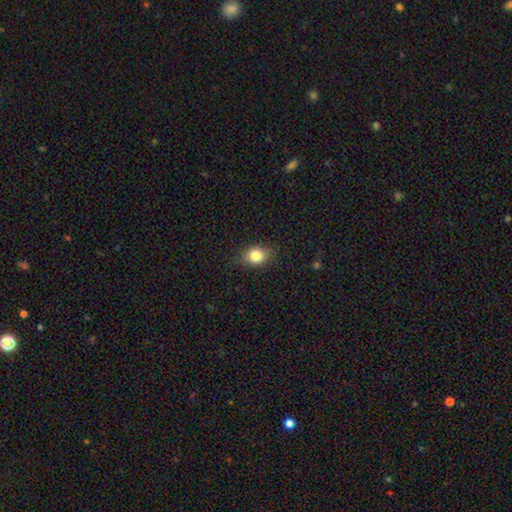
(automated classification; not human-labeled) This appears to be a smooth galaxy with no disk features (82%) that is round (51%). Merging: none (80%).